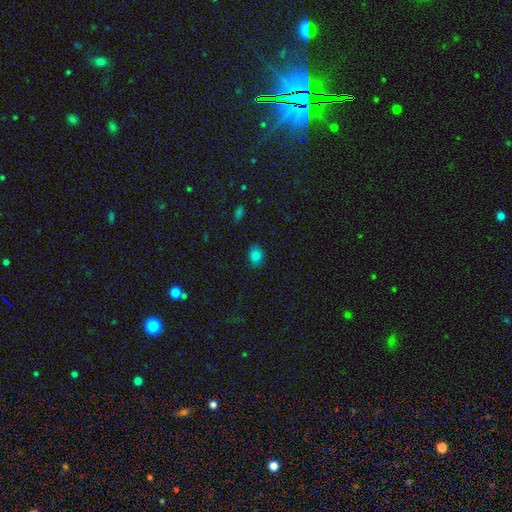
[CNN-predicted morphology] A smooth galaxy with no disk features (82%) that is in between round and cigar-shaped (65%). Merging: none (84%).